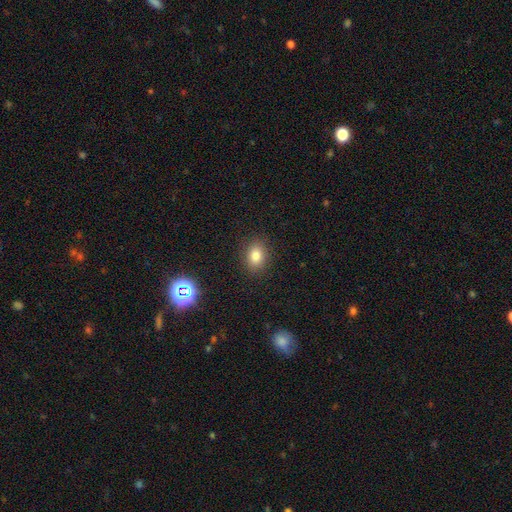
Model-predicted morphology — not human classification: type=smooth (81%); roundness=in between (66%); merging=none (88%).